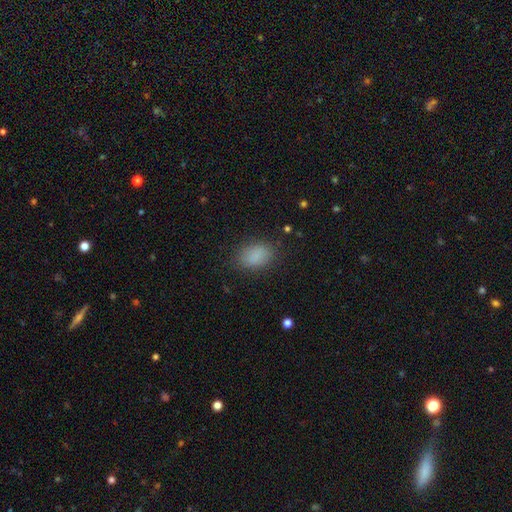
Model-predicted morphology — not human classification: Smooth or featured? Predicted: smooth (p=0.85). How rounded? Predicted: in between (p=0.83). Merging? Predicted: none (p=0.80).